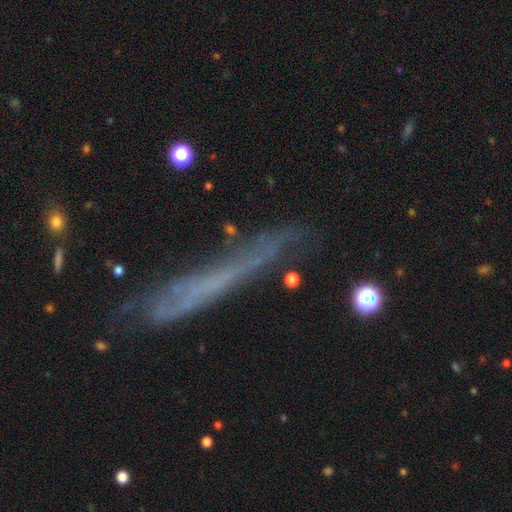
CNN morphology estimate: smooth_or_featured: featured or disk (p=0.52) [alt: smooth p=0.36]
disk_edge_on: yes (p=0.77) [alt: no p=0.23]
merging: none (p=0.58) [alt: minor disturbance p=0.25]